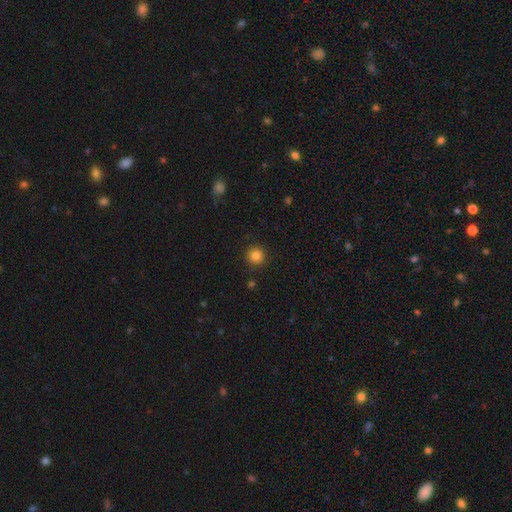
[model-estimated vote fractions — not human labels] Smooth or featured? smooth (85%)
How rounded? round (94%)
Merging? none (90%)